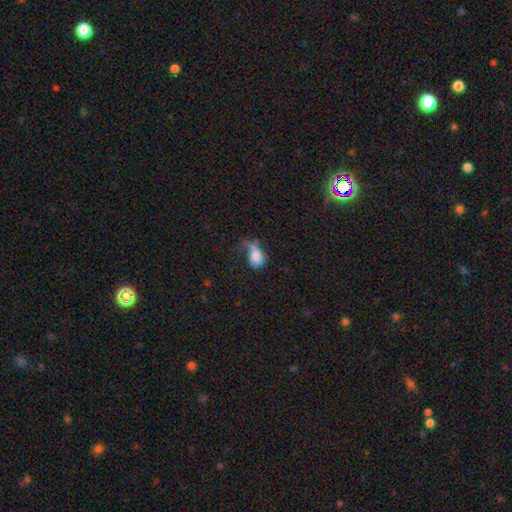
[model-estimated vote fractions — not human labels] A smooth galaxy with no disk features (73%) that is in between round and cigar-shaped (82%). Merging: major disturbance (47%).